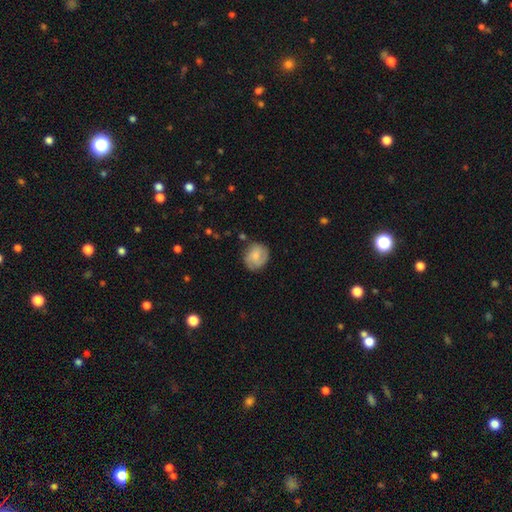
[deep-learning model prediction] Smooth or featured?
  - smooth: 56% *
  - featured or disk: 37%
  - star or artifact: 7%
How rounded?
  - round: 77% *
  - in between: 22%
  - cigar-shaped: 1%
Merging?
  - none: 72% *
  - minor disturbance: 20%
  - major disturbance: 6%
  - merger: 2%